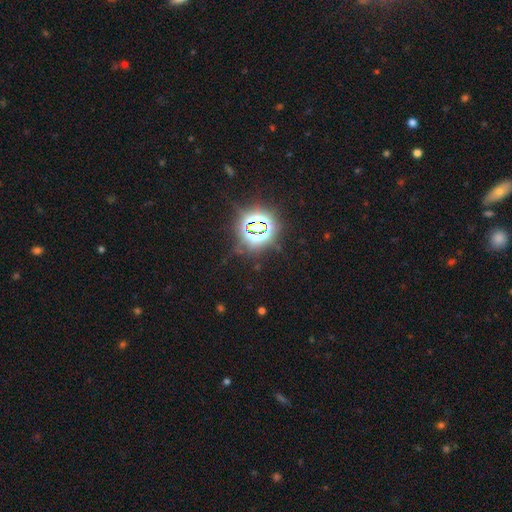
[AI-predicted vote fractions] Q: Smooth or featured?
A: star or artifact (85%); runner-up: smooth (9%)